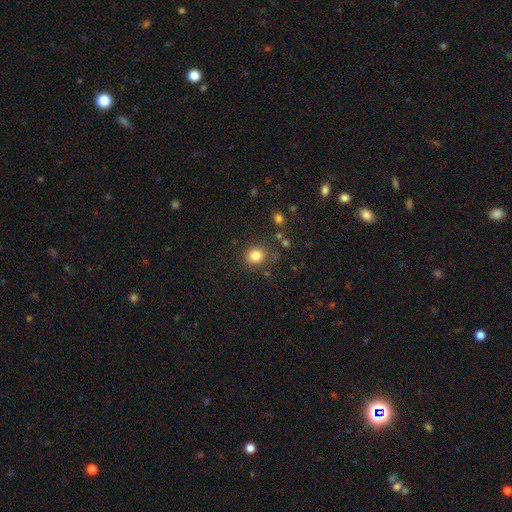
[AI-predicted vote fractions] A smooth galaxy with no disk features (81%) that is round (82%).

Vote fractions:
- Smooth or featured? smooth: 81% / star or artifact: 12% / featured or disk: 6%
- How rounded? round: 82% / in between: 17% / cigar-shaped: 1%
- Merging? none: 79% / minor disturbance: 12% / major disturbance: 4% / merger: 4%